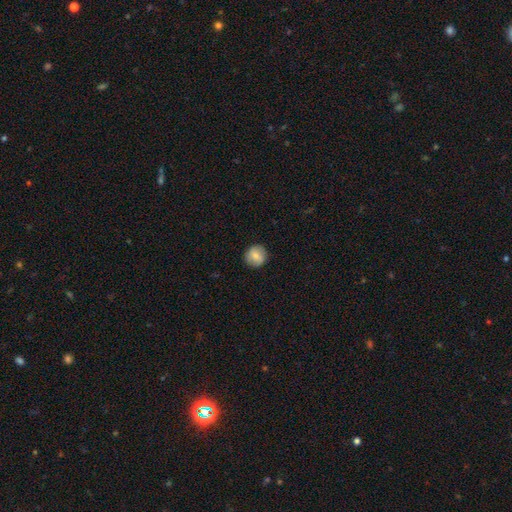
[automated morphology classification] smooth-or-featured: smooth: 73% | featured or disk: 19% | star or artifact: 8%
  how-rounded: round: 91% | in between: 8% | cigar-shaped: 1%
  merging: none: 89% | minor disturbance: 8% | major disturbance: 2% | merger: 1%